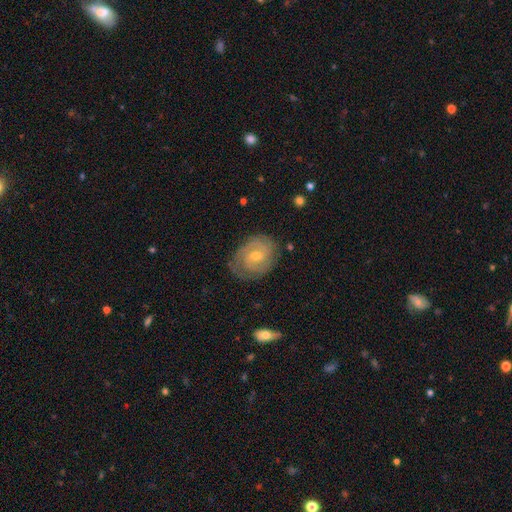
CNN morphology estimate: Smooth or featured? featured or disk (80%)
Edge-on disk? no (97%)
Bar? no (51%)
Spiral arms? yes (94%)
Spiral winding? tight (66%)
Spiral arm count? 2 (58%)
Bulge size? moderate (49%)
Merging? none (76%)